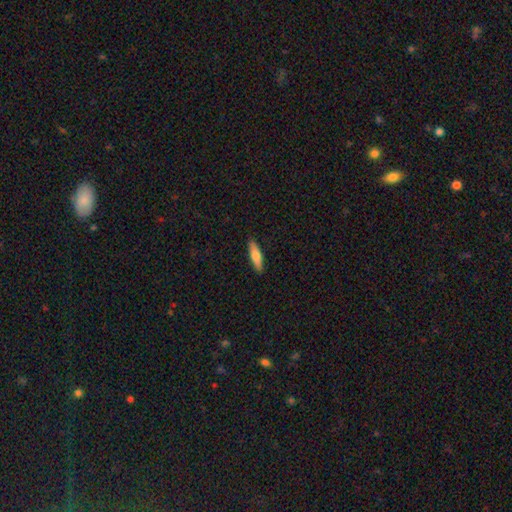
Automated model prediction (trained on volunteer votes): Overall: smooth (71%). How rounded: cigar-shaped (69%; in between 30%). Merging: none (90%).